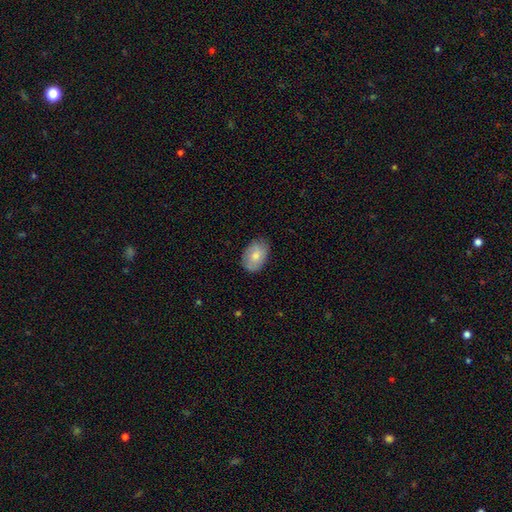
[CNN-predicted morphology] smooth-or-featured: smooth: 77% | featured or disk: 17% | star or artifact: 6%
  how-rounded: in between: 86% | round: 13% | cigar-shaped: 1%
  merging: none: 80% | minor disturbance: 16% | major disturbance: 3% | merger: 1%